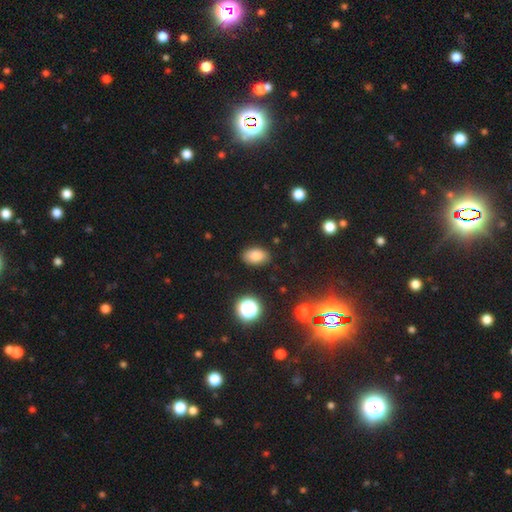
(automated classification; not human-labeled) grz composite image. It shows a smooth galaxy with no disk features (82%) that is in between round and cigar-shaped (88%). Merging: none (87%).